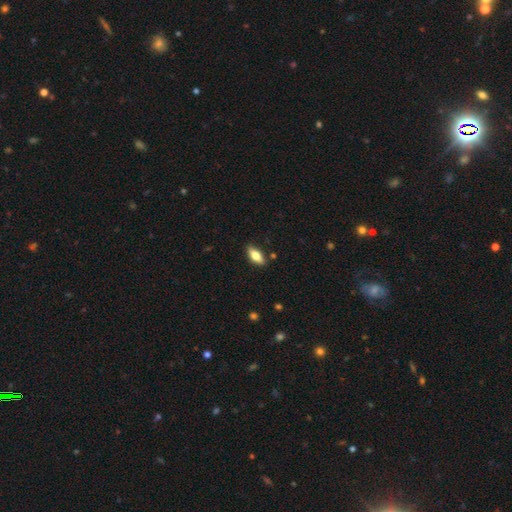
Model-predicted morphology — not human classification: A smooth galaxy with no disk features (72%) that is in between round and cigar-shaped (80%). Merging: none (84%).